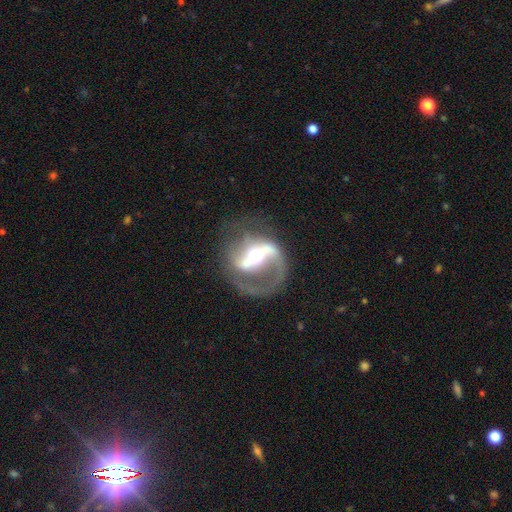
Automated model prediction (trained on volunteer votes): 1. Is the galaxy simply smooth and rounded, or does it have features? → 80% featured or disk, 13% smooth, 7% star or artifact.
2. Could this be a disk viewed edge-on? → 97% no, 3% yes.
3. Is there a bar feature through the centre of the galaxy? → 37% no, 33% weak, 30% strong.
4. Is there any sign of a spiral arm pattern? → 84% yes, 16% no.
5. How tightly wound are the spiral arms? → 43% medium, 40% loose, 17% tight.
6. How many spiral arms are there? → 46% 2, 44% 1, 6% can't tell, 2% 3, 1% 4, 1% more than 4.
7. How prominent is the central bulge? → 67% moderate, 15% large, 14% small, 2% dominant, 2% none.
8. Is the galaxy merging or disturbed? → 37% none, 27% major disturbance, 21% merger, 15% minor disturbance.